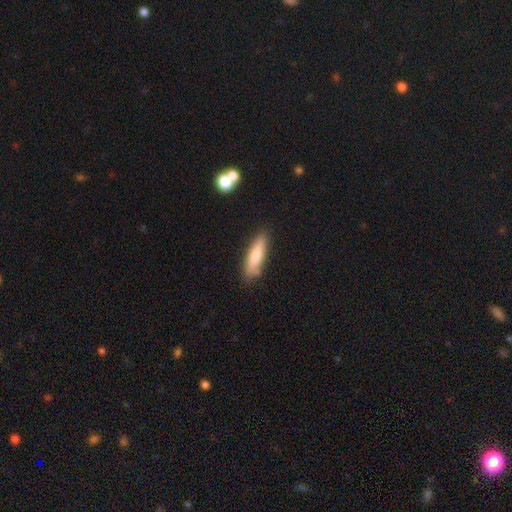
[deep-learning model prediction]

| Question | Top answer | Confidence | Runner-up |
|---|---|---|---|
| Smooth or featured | smooth | 77% | featured or disk (18%) |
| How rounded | cigar-shaped | 66% | in between (33%) |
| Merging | none | 82% | minor disturbance (13%) |